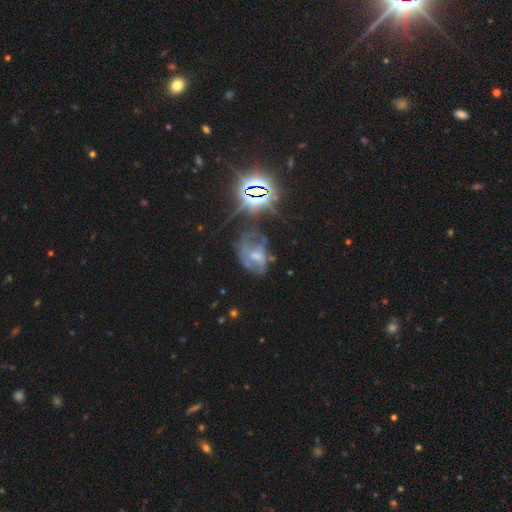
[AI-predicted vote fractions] featured or disk 57%, smooth 25%, star or artifact 18%. Down the decision tree: edge-on disk — no (96%); bar — no (56%); spiral arms — yes (65%); bulge size — moderate (43%); merging — none (39%).